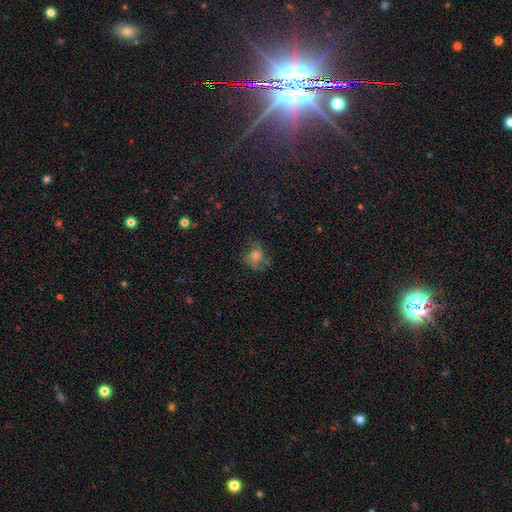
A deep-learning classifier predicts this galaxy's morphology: This is marginally a smooth galaxy (41%). Merging: possibly none (55%).